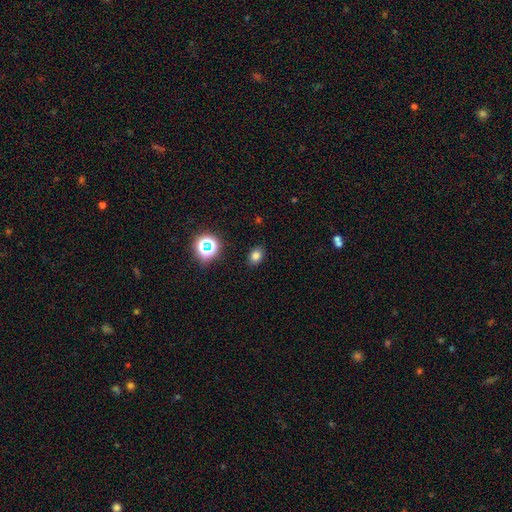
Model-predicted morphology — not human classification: smooth_or_featured: smooth (p=0.77) [alt: star or artifact p=0.17]
how_rounded: in between (p=0.60) [alt: round p=0.39]
merging: none (p=0.87) [alt: minor disturbance p=0.09]